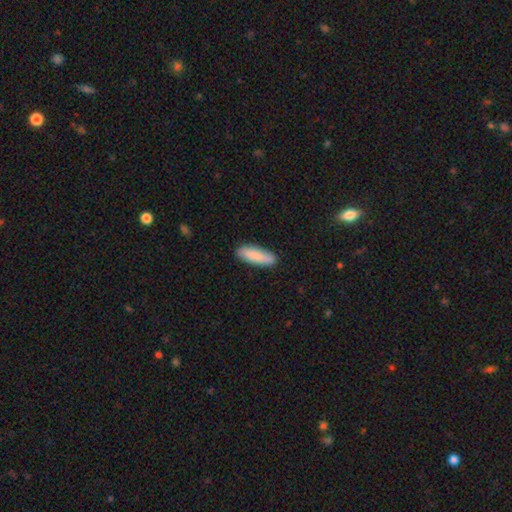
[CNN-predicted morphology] smooth_or_featured: smooth (p=0.83) [alt: featured or disk p=0.12]
how_rounded: cigar-shaped (p=0.55) [alt: in between p=0.43]
merging: none (p=0.87) [alt: minor disturbance p=0.10]